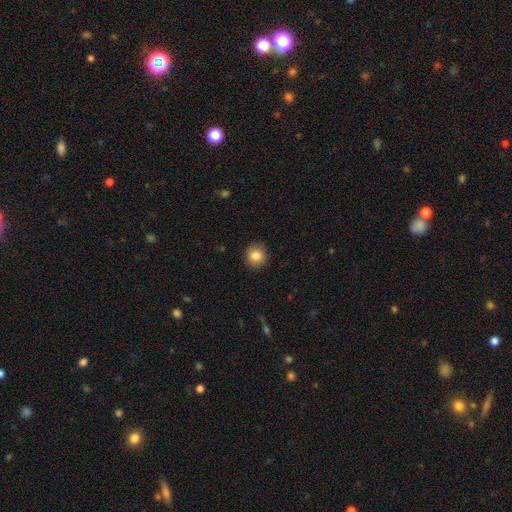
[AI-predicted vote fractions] smooth_or_featured: smooth (p=0.84) [alt: star or artifact p=0.09]
how_rounded: round (p=0.92) [alt: in between p=0.07]
merging: none (p=0.91) [alt: minor disturbance p=0.07]